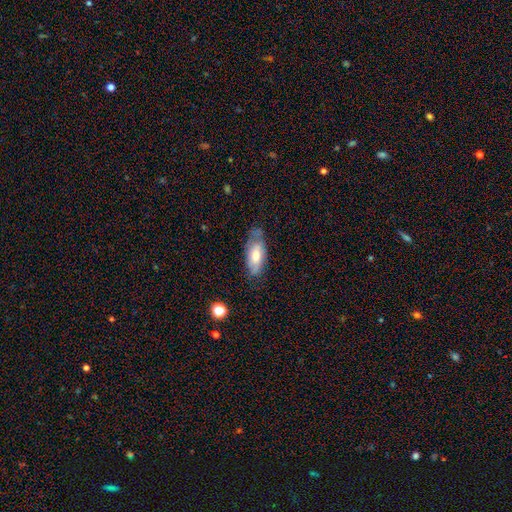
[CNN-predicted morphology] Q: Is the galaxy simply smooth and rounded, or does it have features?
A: smooth — 62%.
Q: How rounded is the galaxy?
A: in between — 83%.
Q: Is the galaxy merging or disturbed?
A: none — 58%.